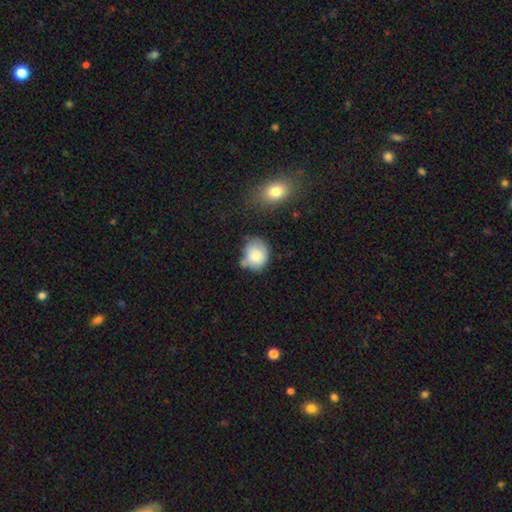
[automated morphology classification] smooth 81%, featured or disk 12%, star or artifact 8%. Down the decision tree: how rounded — round (63%); merging — none (53%).